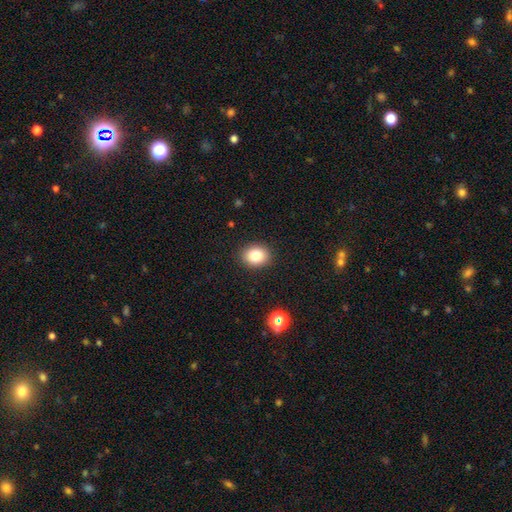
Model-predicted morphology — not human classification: Smooth or featured: smooth — 83% (star or artifact — 11%)
How rounded: in between — 50% (round — 49%)
Merging: none — 89% (minor disturbance — 7%)